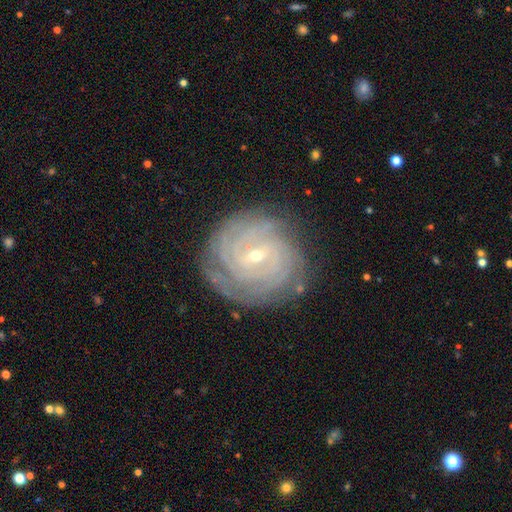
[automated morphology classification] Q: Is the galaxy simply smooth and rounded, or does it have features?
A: featured or disk — 88%.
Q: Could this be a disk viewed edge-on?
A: no — 97%.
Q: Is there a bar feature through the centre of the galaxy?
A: weak — 54%.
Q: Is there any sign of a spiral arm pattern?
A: yes — 97%.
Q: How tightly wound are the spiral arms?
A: tight — 86%.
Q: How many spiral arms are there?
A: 4 — 28%.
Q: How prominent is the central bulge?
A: small — 75%.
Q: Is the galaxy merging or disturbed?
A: none — 81%.